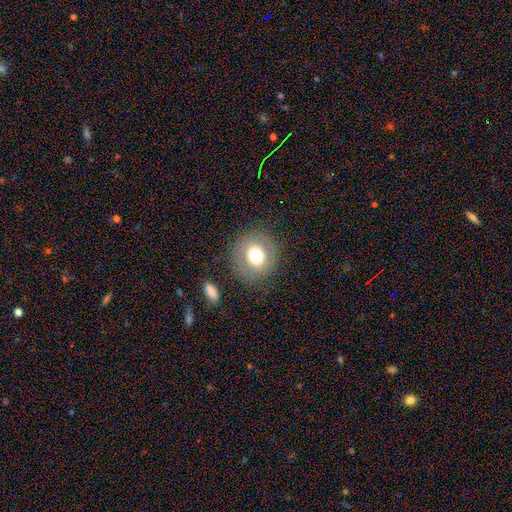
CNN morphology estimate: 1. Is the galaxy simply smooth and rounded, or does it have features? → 69% smooth, 20% featured or disk, 12% star or artifact.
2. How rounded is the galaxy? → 87% round, 12% in between, 1% cigar-shaped.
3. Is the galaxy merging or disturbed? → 83% none, 10% minor disturbance, 5% major disturbance, 2% merger.